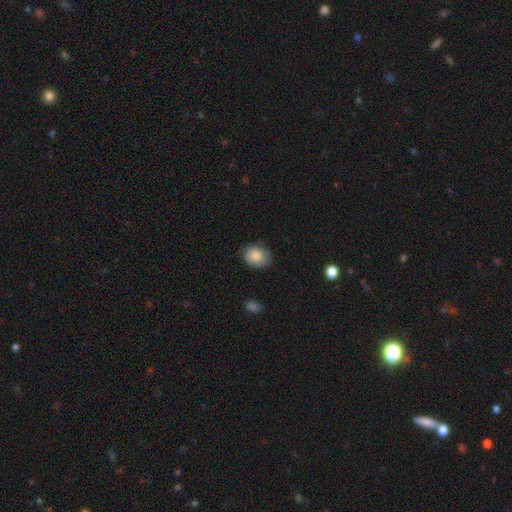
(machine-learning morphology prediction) Smooth or featured? smooth (86%)
How rounded? round (54%)
Merging? none (79%)